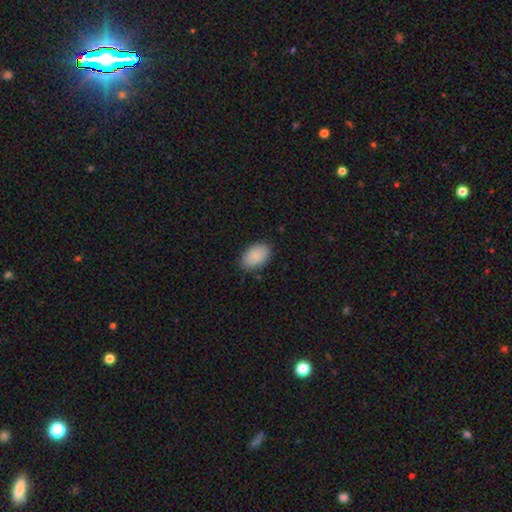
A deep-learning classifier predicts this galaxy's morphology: Overall: smooth (89%). How rounded: in between (93%). Merging: none (84%).